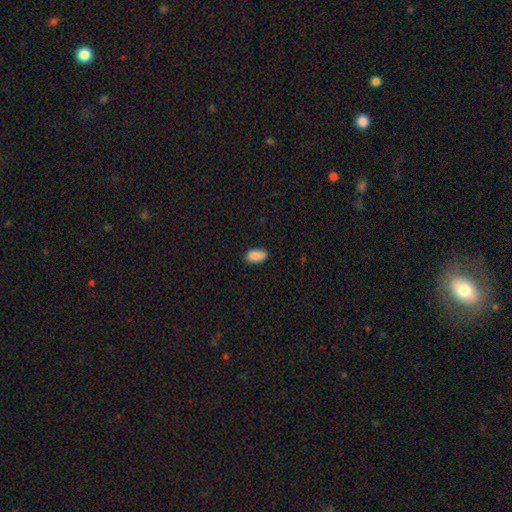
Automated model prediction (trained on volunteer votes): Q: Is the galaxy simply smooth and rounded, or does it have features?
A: smooth — 89%.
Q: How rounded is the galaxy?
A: in between — 93%.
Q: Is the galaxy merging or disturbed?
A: none — 82%.